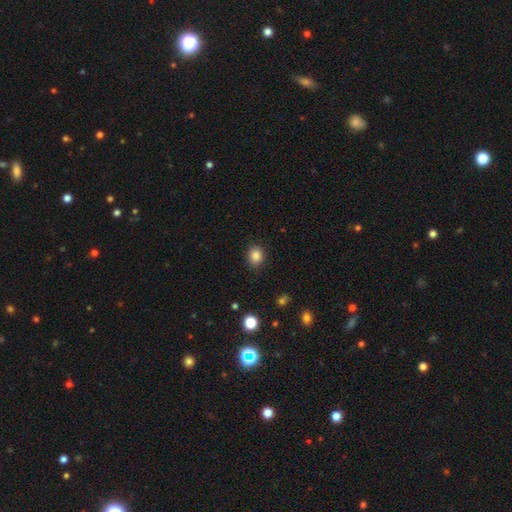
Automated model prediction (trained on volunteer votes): This is clearly a smooth galaxy (85%). How rounded: likely round (66%). Merging: clearly none (87%).